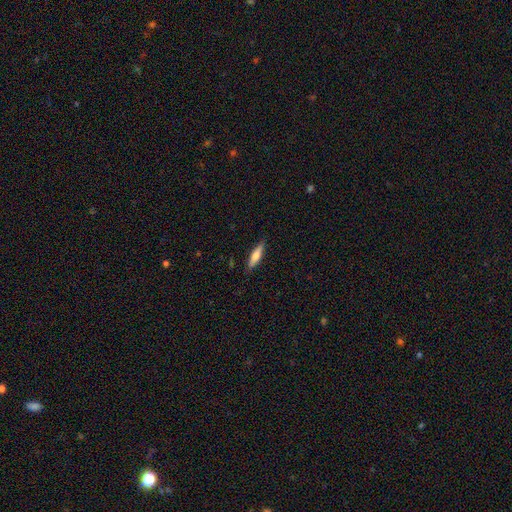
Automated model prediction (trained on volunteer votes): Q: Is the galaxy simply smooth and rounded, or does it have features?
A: smooth — 62%.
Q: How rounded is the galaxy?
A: cigar-shaped — 76%.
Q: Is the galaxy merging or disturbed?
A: none — 87%.